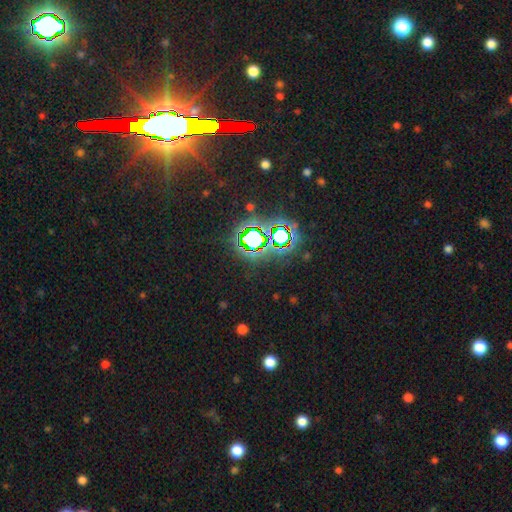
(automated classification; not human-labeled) Overall: star or artifact (82%).